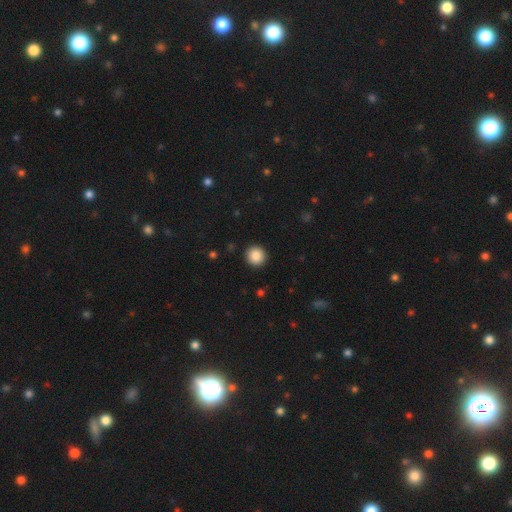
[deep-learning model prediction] Q: Smooth or featured?
A: smooth (88%); runner-up: star or artifact (9%)
Q: How rounded?
A: round (95%); runner-up: in between (5%)
Q: Merging?
A: none (93%); runner-up: minor disturbance (5%)